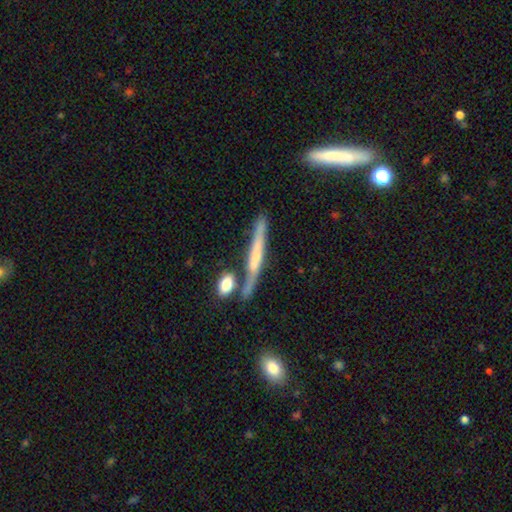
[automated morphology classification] A featured or disk galaxy (52%) viewed edge-on (92%). Merging: none (67%).